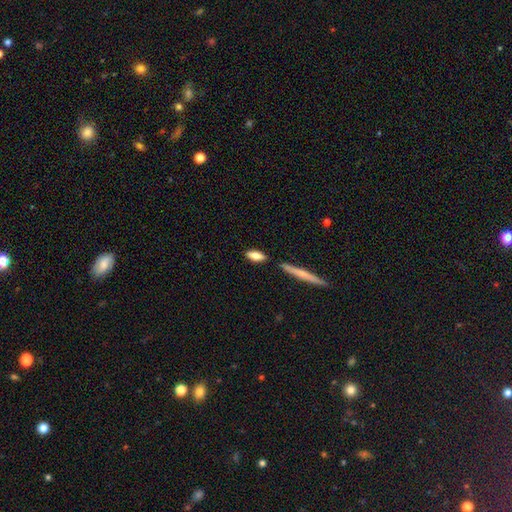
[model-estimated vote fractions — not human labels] This is likely a smooth galaxy (79%). How rounded: likely in between (68%). Merging: likely none (79%).